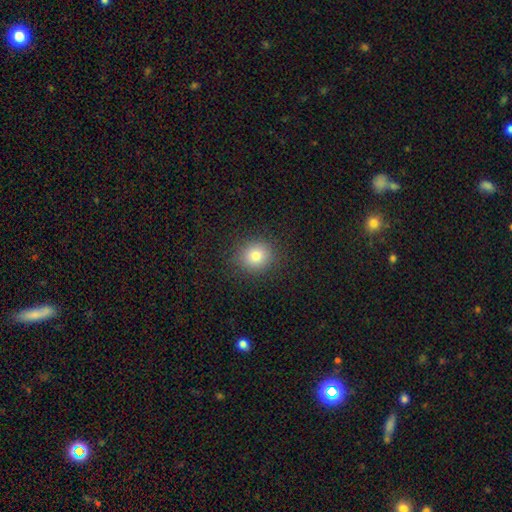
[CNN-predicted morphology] smooth_or_featured: smooth (p=0.80) [alt: star or artifact p=0.13]
how_rounded: round (p=0.82) [alt: in between p=0.17]
merging: none (p=0.88) [alt: minor disturbance p=0.08]